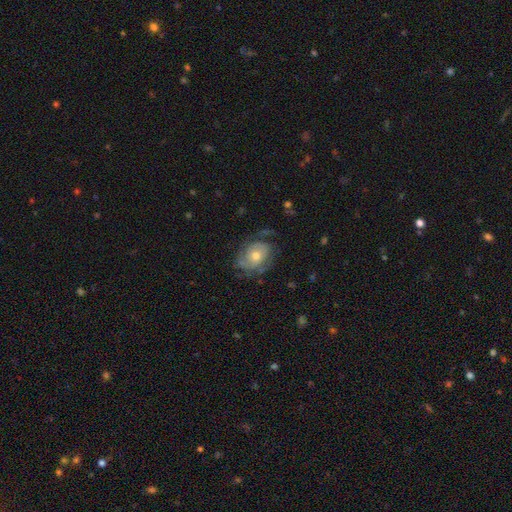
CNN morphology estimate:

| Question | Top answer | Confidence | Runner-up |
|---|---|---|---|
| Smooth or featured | featured or disk | 67% | smooth (25%) |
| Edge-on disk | no | 96% | yes (4%) |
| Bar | no | 81% | weak (16%) |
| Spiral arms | yes | 81% | no (19%) |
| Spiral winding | tight | 57% | medium (31%) |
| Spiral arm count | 2 | 40% | can't tell (36%) |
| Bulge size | moderate | 66% | small (26%) |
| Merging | none | 65% | minor disturbance (22%) |